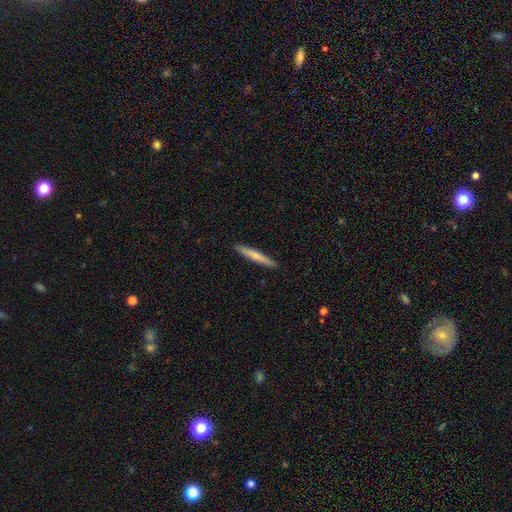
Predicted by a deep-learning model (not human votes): Smooth or featured? Predicted: smooth (p=0.61). How rounded? Predicted: cigar-shaped (p=0.96). Merging? Predicted: none (p=0.92).